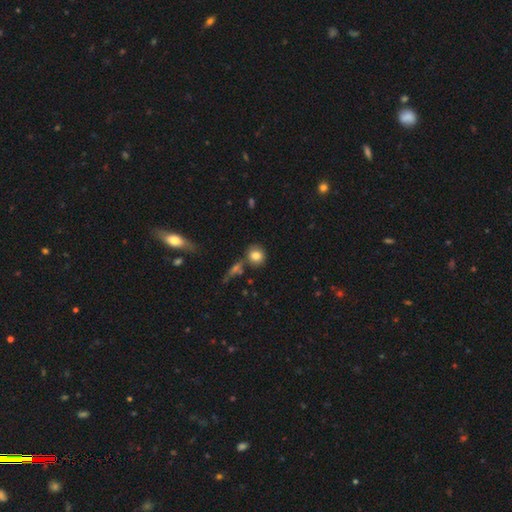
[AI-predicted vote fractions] Q: Smooth or featured?
A: smooth (81%); runner-up: star or artifact (10%)
Q: How rounded?
A: round (81%); runner-up: in between (18%)
Q: Merging?
A: none (73%); runner-up: merger (12%)